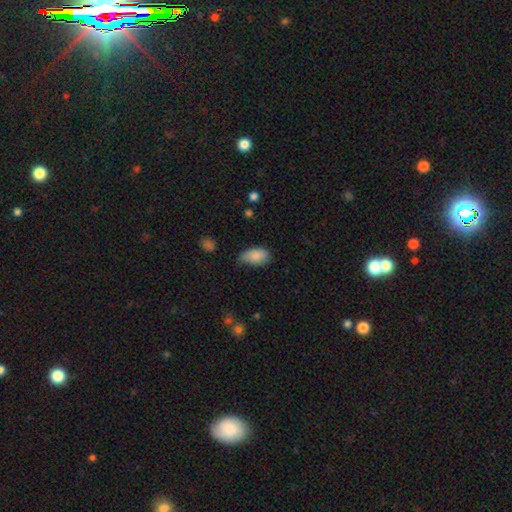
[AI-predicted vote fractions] Morphology: type=smooth (86%); roundness=in between (93%); merging=none (49%).